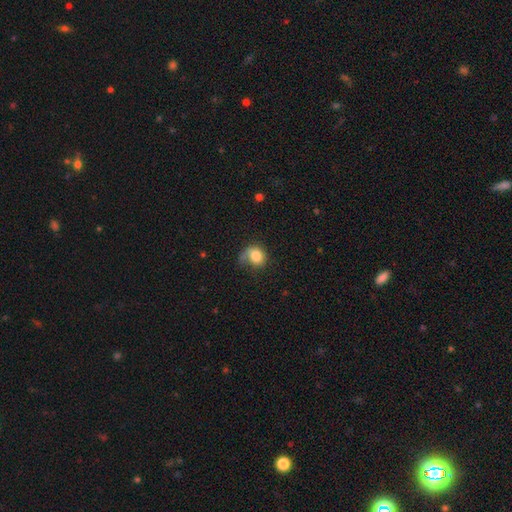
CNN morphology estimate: Smooth or featured? Predicted: smooth (p=0.75). How rounded? Predicted: round (p=0.68). Merging? Predicted: none (p=0.43).